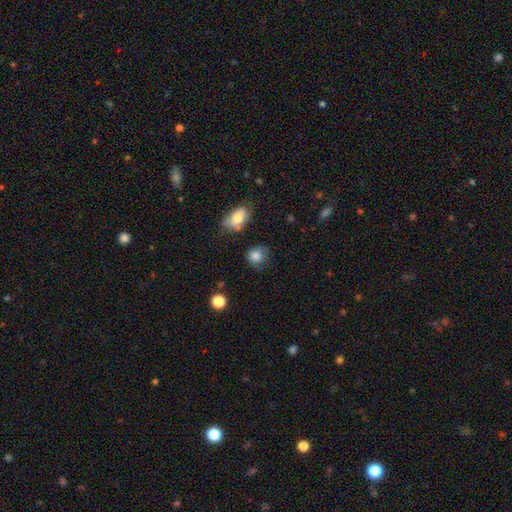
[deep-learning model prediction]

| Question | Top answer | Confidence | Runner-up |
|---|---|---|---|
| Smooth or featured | smooth | 82% | star or artifact (10%) |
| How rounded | round | 75% | in between (24%) |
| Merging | none | 63% | minor disturbance (25%) |